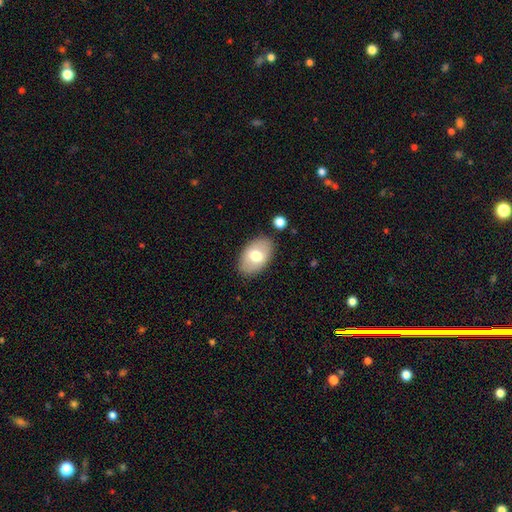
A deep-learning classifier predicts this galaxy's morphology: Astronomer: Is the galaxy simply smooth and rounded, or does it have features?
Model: smooth — 68%.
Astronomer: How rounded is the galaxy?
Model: in between — 91%.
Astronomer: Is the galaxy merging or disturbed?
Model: none — 84%.